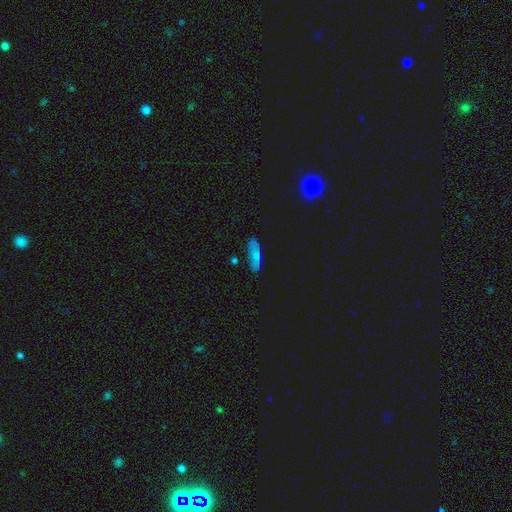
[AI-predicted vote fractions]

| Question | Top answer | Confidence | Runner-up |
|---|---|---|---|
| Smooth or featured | smooth | 69% | featured or disk (20%) |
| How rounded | in between | 53% | cigar-shaped (44%) |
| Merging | none | 77% | minor disturbance (16%) |